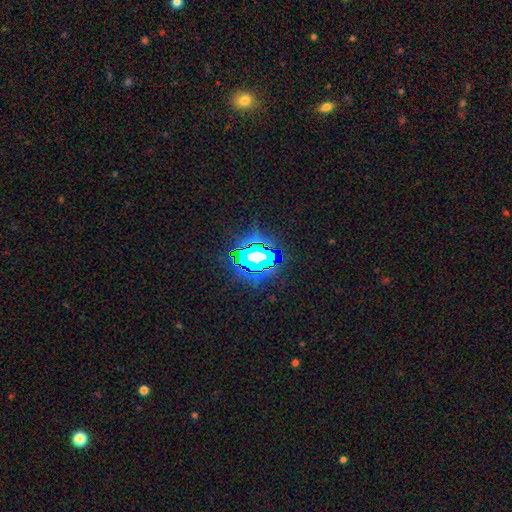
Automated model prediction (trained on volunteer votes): The model was most divided on "smooth or featured": star or artifact: 62%, smooth: 20%, featured or disk: 19%.